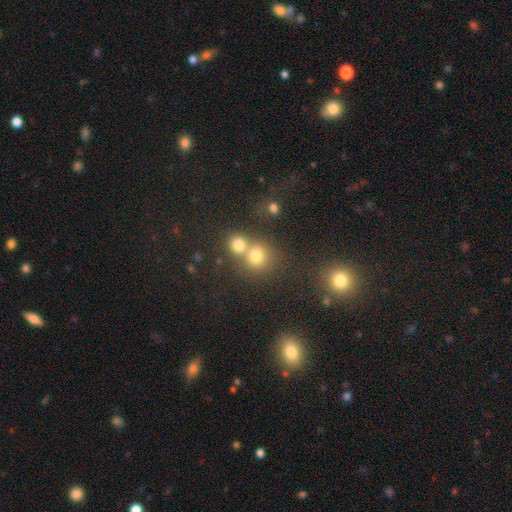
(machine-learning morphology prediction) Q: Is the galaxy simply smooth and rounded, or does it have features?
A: smooth — 73%.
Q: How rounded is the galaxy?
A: round — 85%.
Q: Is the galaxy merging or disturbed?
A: none — 48%.